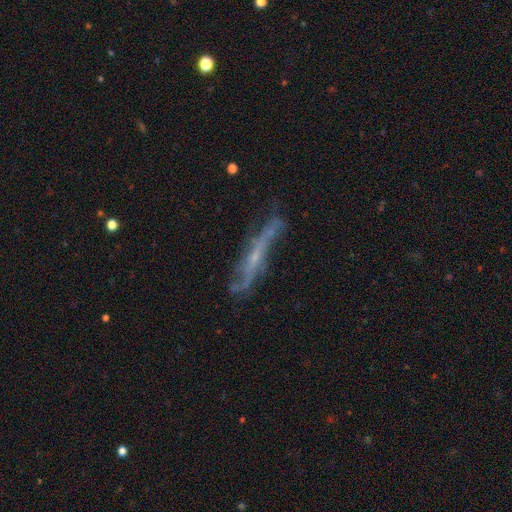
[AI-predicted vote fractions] Q: Smooth or featured?
A: featured or disk (71%); runner-up: smooth (20%)
Q: Edge-on disk?
A: yes (67%); runner-up: no (33%)
Q: Merging?
A: none (60%); runner-up: minor disturbance (25%)